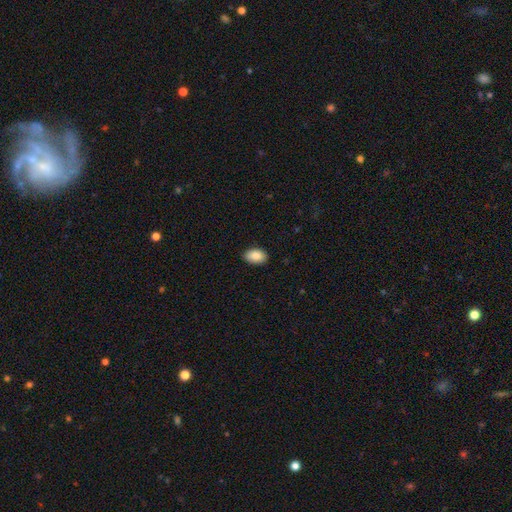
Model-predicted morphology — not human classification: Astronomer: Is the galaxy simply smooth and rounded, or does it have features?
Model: smooth — 88%.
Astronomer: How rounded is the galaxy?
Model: in between — 91%.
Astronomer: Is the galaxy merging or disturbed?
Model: none — 87%.